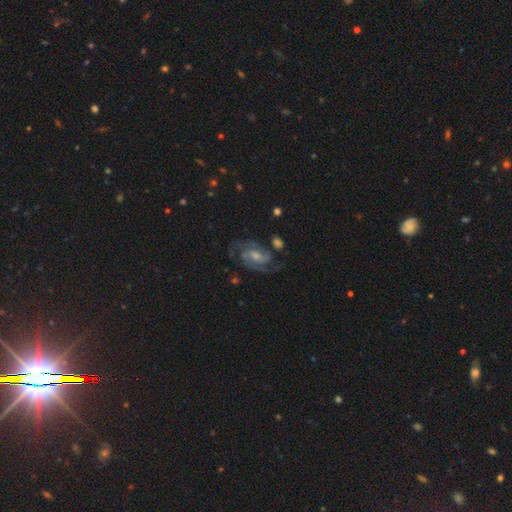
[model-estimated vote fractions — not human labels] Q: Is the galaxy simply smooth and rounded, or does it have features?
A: featured or disk — 84%.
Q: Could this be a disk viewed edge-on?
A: no — 97%.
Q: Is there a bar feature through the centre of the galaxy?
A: weak — 47%.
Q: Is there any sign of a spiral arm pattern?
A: yes — 96%.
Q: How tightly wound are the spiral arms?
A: medium — 53%.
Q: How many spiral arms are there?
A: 2 — 73%.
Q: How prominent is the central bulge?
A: moderate — 42%, tied with small.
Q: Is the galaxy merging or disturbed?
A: none — 65%.